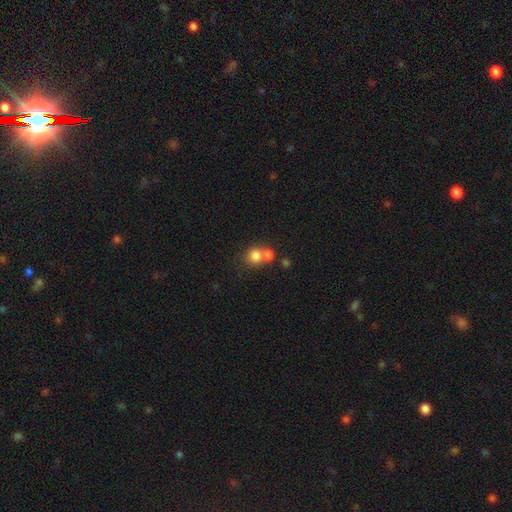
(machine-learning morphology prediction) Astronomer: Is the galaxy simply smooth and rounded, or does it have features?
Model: smooth — 78%.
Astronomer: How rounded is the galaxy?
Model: round — 80%.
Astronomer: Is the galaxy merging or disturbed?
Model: merger — 52% (runner-up: none, 39%).